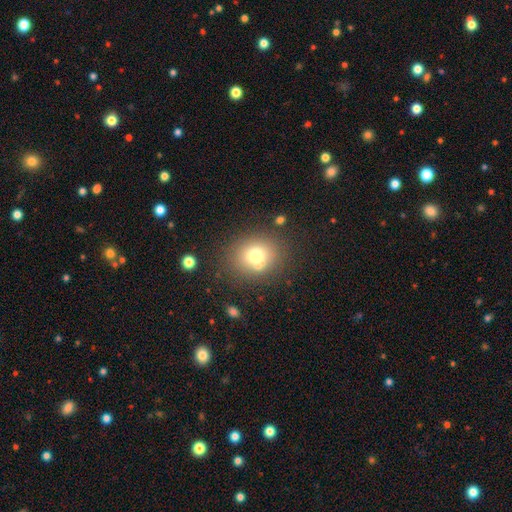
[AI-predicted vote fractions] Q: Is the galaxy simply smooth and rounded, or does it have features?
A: smooth — 72%.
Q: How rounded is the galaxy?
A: round — 72%.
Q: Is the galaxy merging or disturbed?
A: none — 70%.